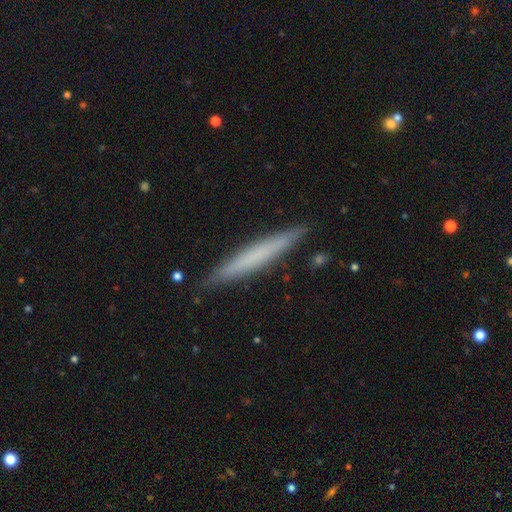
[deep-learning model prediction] A smooth galaxy with no disk features (58%) that is cigar-shaped (96%). Merging: none (89%).